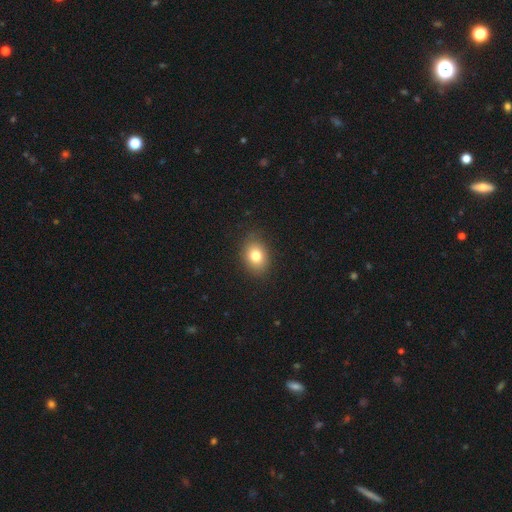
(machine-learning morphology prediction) Q: Smooth or featured?
A: smooth (78%); runner-up: featured or disk (11%)
Q: How rounded?
A: in between (63%); runner-up: round (35%)
Q: Merging?
A: none (85%); runner-up: minor disturbance (11%)